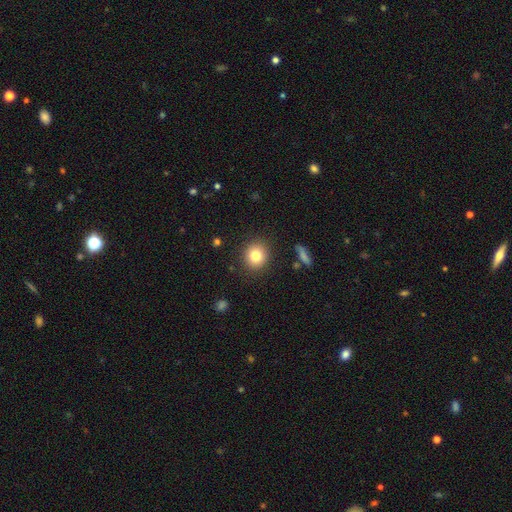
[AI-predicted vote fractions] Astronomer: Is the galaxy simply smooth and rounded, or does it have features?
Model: smooth — 80%.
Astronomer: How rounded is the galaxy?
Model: round — 85%.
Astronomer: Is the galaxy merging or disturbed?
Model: none — 89%.